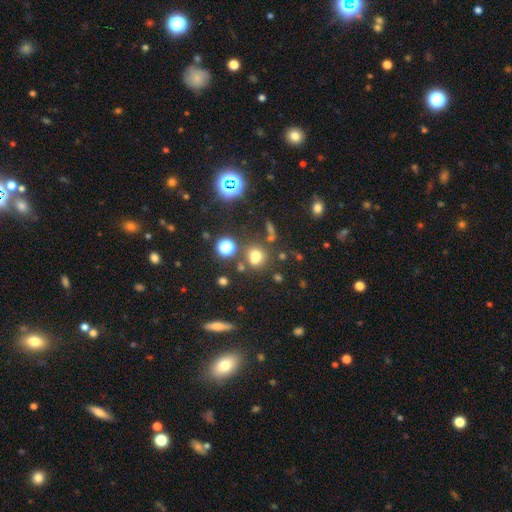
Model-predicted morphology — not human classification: type=smooth (66%); roundness=round (68%); merging=none (68%).